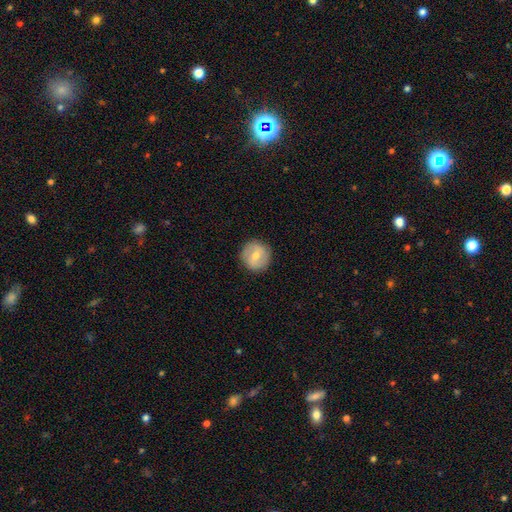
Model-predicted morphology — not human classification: A smooth galaxy with no disk features (53%) that is round (93%).

Vote fractions:
- Smooth or featured? smooth: 53% / featured or disk: 40% / star or artifact: 7%
- How rounded? round: 93% / in between: 6% / cigar-shaped: 1%
- Merging? none: 89% / minor disturbance: 8% / major disturbance: 2% / merger: 1%